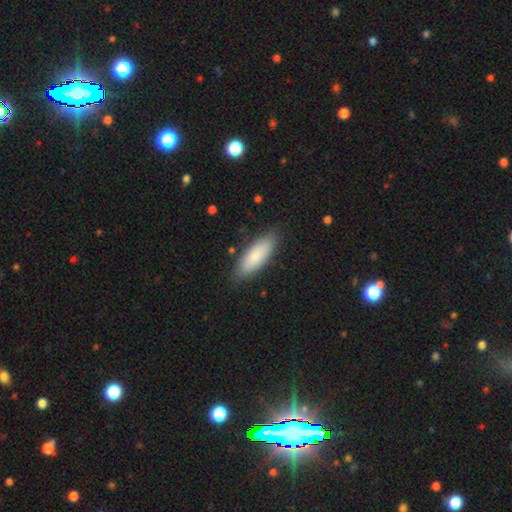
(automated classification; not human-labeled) Smooth or featured? smooth (83%)
How rounded? in between (64%)
Merging? none (85%)